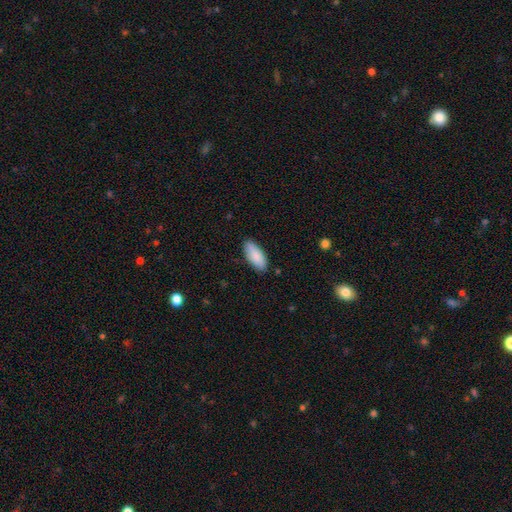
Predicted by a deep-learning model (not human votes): Morphology: type=smooth (88%); roundness=in between (84%); merging=none (85%).